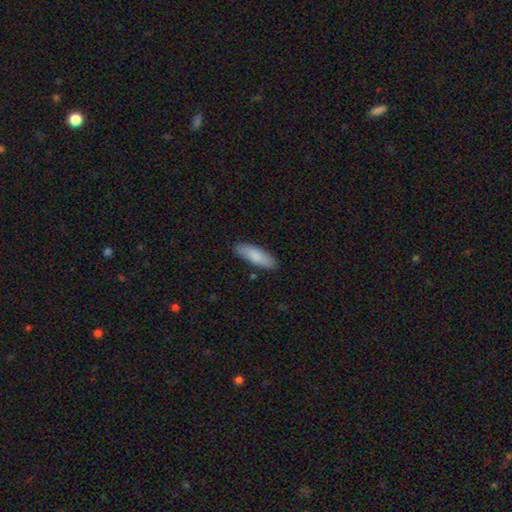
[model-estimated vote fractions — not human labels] A smooth galaxy with no disk features (85%) that is in between round and cigar-shaped (54%).

Vote fractions:
- Smooth or featured? smooth: 85% / featured or disk: 10% / star or artifact: 5%
- How rounded? in between: 54% / cigar-shaped: 45% / round: 2%
- Merging? none: 86% / minor disturbance: 11% / major disturbance: 2% / merger: 1%